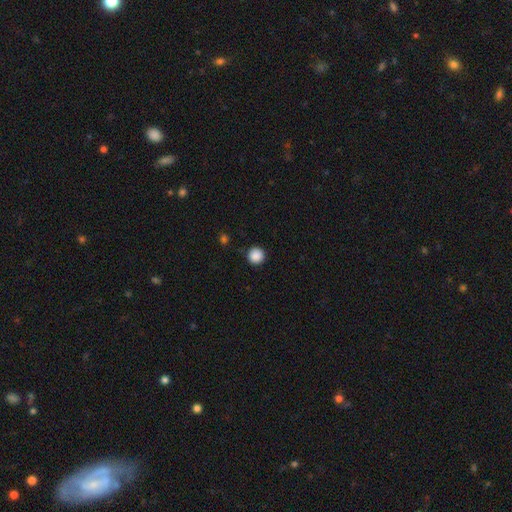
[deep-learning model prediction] smooth_or_featured: smooth (p=0.88) [alt: star or artifact p=0.09]
how_rounded: round (p=0.95) [alt: in between p=0.04]
merging: none (p=0.91) [alt: minor disturbance p=0.06]